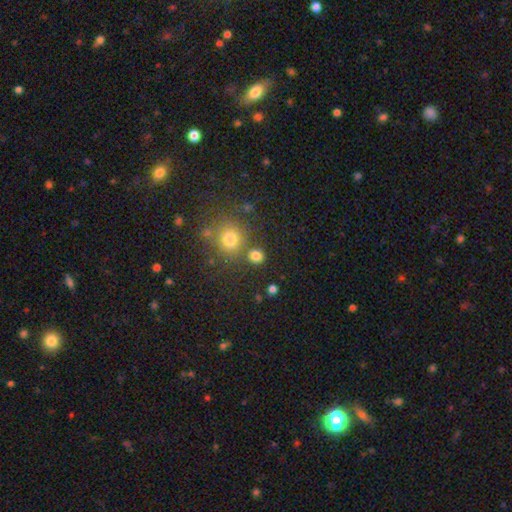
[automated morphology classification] Smooth or featured: smooth — 79% (star or artifact — 15%)
How rounded: round — 82% (in between — 17%)
Merging: none — 74% (merger — 13%)